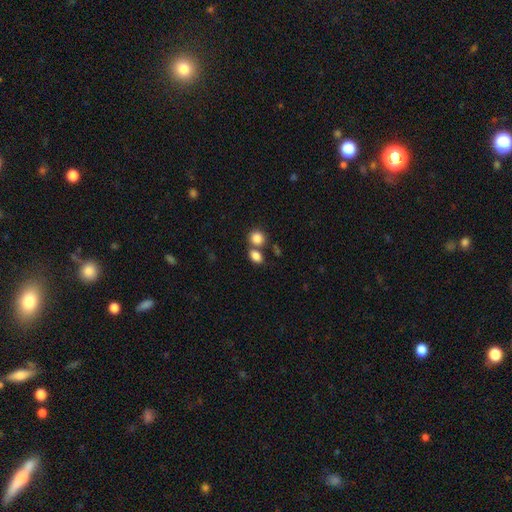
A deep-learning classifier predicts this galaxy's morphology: Smooth or featured? smooth (84%)
How rounded? in between (65%)
Merging? none (47%)